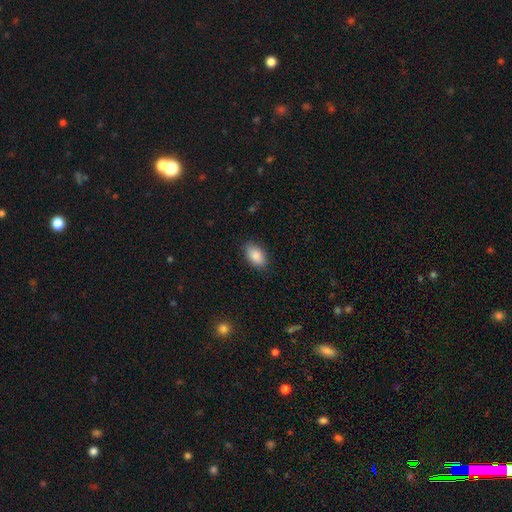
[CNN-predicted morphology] This appears to be a smooth galaxy with no disk features (88%) that is in between round and cigar-shaped (93%). Merging: none (85%).